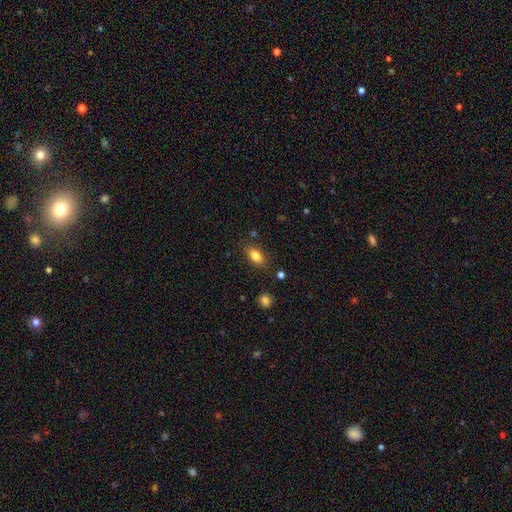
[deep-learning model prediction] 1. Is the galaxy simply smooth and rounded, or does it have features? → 82% smooth, 10% featured or disk, 9% star or artifact.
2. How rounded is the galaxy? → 86% in between, 7% cigar-shaped, 7% round.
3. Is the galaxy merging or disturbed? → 82% none, 12% minor disturbance, 3% major disturbance, 2% merger.